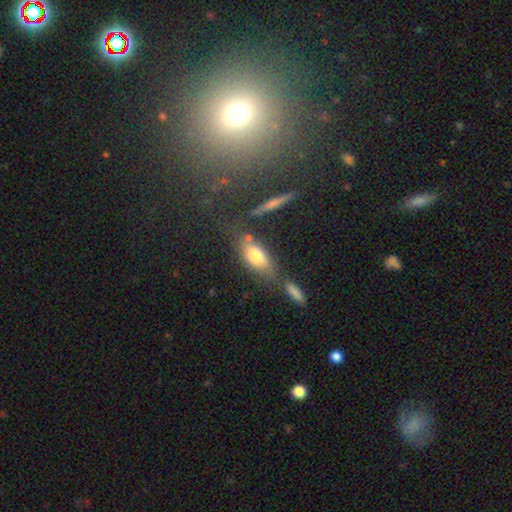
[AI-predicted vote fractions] Overall: smooth (73%). How rounded: in between (79%). Merging: none (58%).